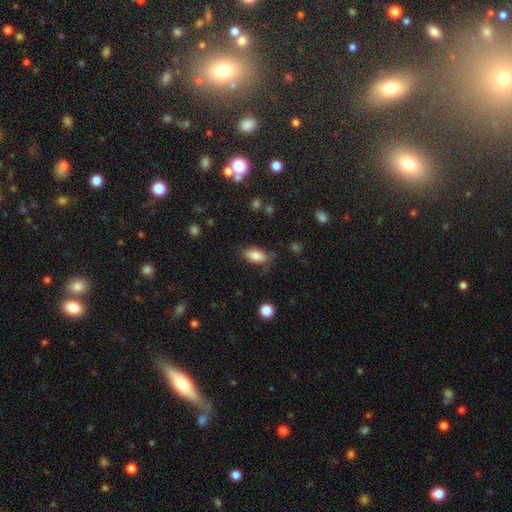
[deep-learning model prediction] This is clearly a smooth galaxy (83%). How rounded: clearly in between (88%). Merging: likely none (74%).